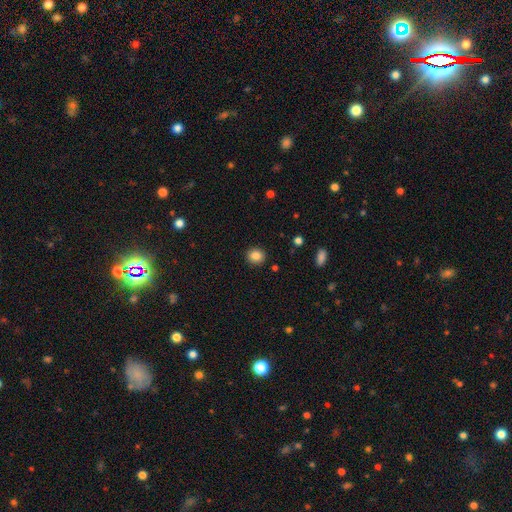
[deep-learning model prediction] Q: Smooth or featured?
A: smooth (86%); runner-up: star or artifact (10%)
Q: How rounded?
A: round (81%); runner-up: in between (18%)
Q: Merging?
A: none (90%); runner-up: minor disturbance (6%)